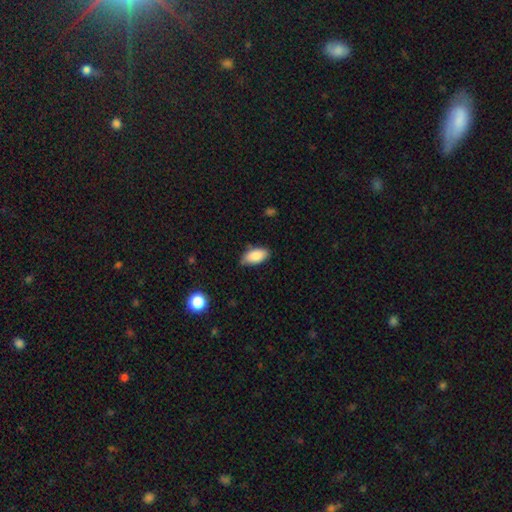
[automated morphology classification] Q: Smooth or featured?
A: smooth (87%); runner-up: star or artifact (7%)
Q: How rounded?
A: in between (94%); runner-up: cigar-shaped (4%)
Q: Merging?
A: none (75%); runner-up: minor disturbance (21%)